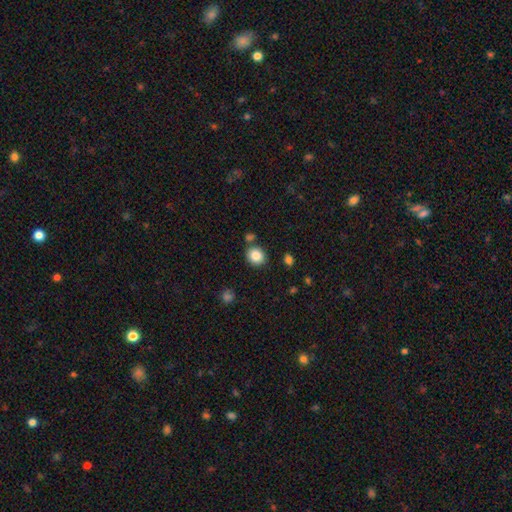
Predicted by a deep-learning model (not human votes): Q: Smooth or featured?
A: smooth (86%); runner-up: star or artifact (10%)
Q: How rounded?
A: round (78%); runner-up: in between (21%)
Q: Merging?
A: none (80%); runner-up: minor disturbance (9%)